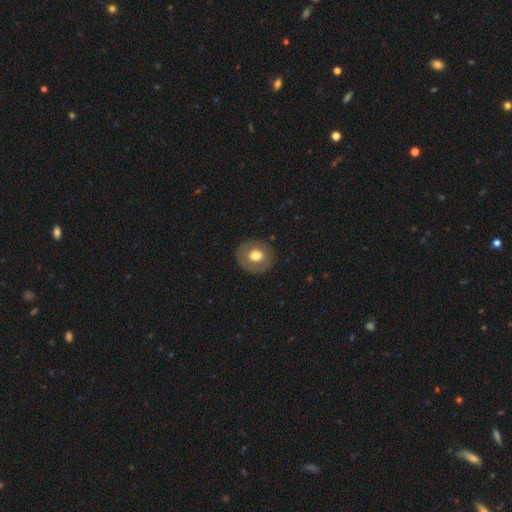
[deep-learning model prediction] Smooth or featured?
  - smooth: 64% *
  - featured or disk: 29%
  - star or artifact: 7%
How rounded?
  - round: 77% *
  - in between: 22%
  - cigar-shaped: 1%
Merging?
  - none: 85% *
  - minor disturbance: 10%
  - major disturbance: 4%
  - merger: 1%